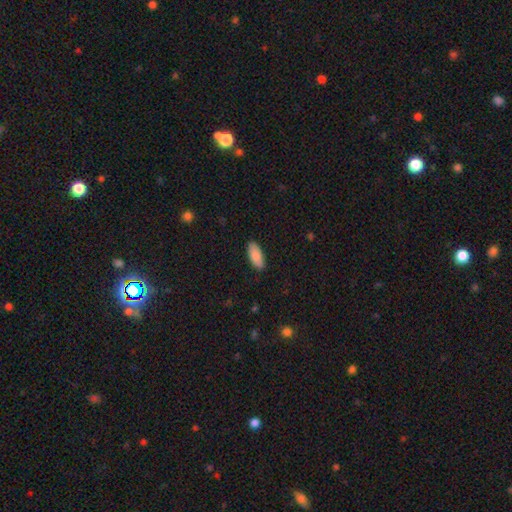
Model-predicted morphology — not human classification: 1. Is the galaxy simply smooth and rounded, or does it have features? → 87% smooth, 7% featured or disk, 6% star or artifact.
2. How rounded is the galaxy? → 84% in between, 14% cigar-shaped, 2% round.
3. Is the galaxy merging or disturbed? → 87% none, 10% minor disturbance, 2% major disturbance, 1% merger.